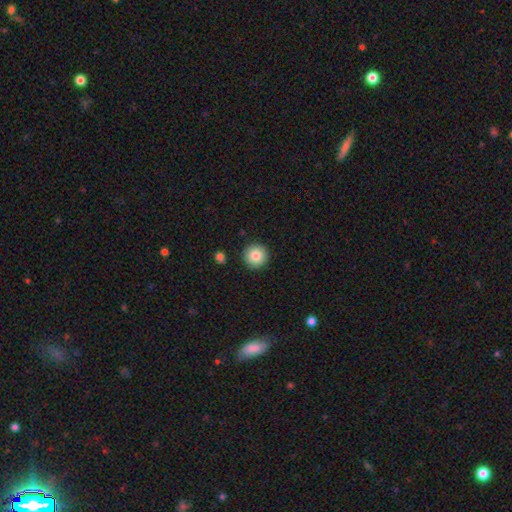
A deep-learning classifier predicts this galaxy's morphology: type=smooth (83%); roundness=round (96%); merging=none (91%).